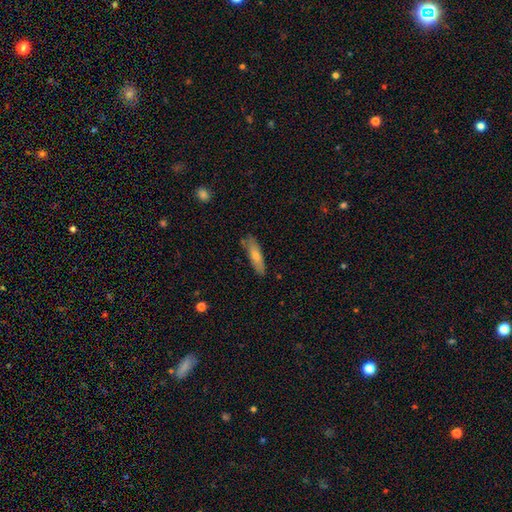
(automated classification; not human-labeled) The model was most divided on "smooth or featured": smooth: 59%, featured or disk: 33%, star or artifact: 7%. More confident: merging — none (79%); how rounded — cigar-shaped (72%).